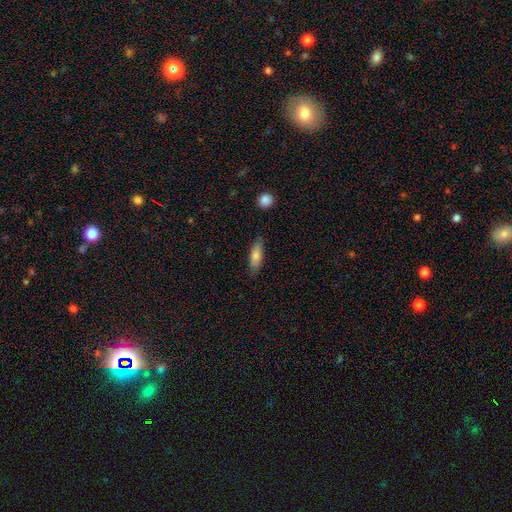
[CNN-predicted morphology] A smooth galaxy with no disk features (77%) that is in between round and cigar-shaped (58%).

Vote fractions:
- Smooth or featured? smooth: 77% / featured or disk: 17% / star or artifact: 7%
- How rounded? in between: 58% / cigar-shaped: 40% / round: 2%
- Merging? none: 83% / minor disturbance: 13% / major disturbance: 3% / merger: 2%